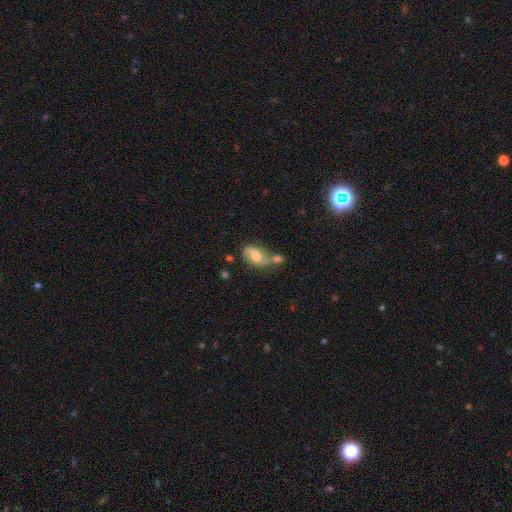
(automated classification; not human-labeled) Smooth or featured? smooth (52%)
How rounded? in between (87%)
Merging? merger (41%)